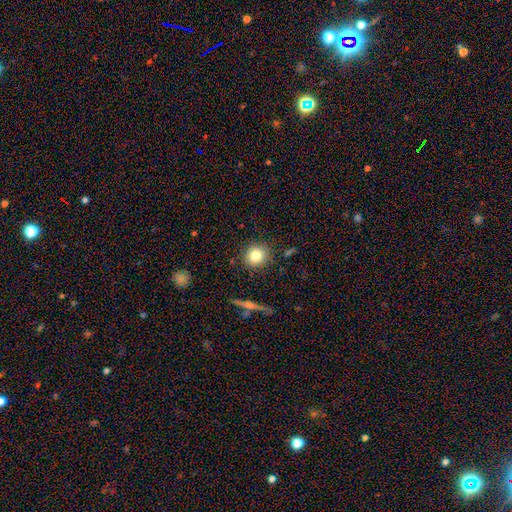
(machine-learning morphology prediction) The model was most divided on "smooth or featured": smooth: 79%, star or artifact: 10%, featured or disk: 10%. More confident: how rounded — round (89%); merging — none (88%).